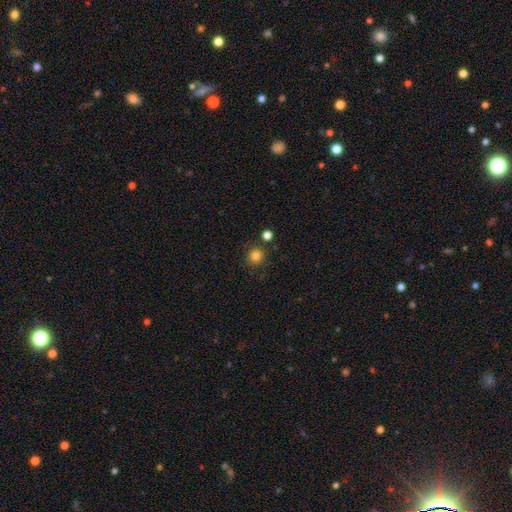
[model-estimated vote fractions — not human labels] Smooth or featured?
  - smooth: 82% *
  - star or artifact: 13%
  - featured or disk: 5%
How rounded?
  - round: 91% *
  - in between: 8%
  - cigar-shaped: 1%
Merging?
  - none: 84% *
  - minor disturbance: 8%
  - merger: 5%
  - major disturbance: 3%